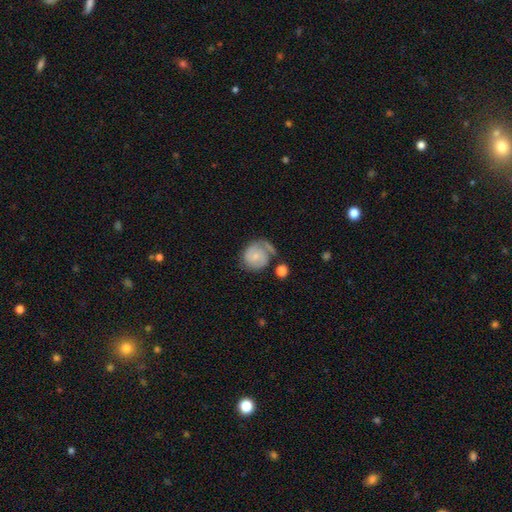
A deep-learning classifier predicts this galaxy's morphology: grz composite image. It shows a featured or disk galaxy (64%) with no bar (73%), 1 (45%) tight (51%) spiral arms (88%) and a small central bulge (67%). Merging: none (48%).